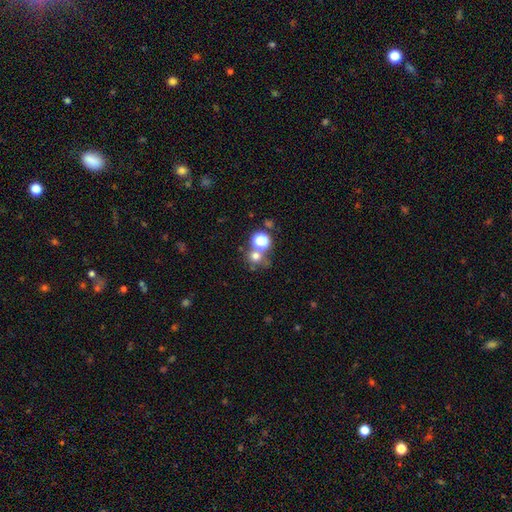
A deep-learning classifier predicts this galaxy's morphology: Smooth or featured? Predicted: smooth (p=0.65). How rounded? Predicted: round (p=0.87). Merging? Predicted: none (p=0.58).